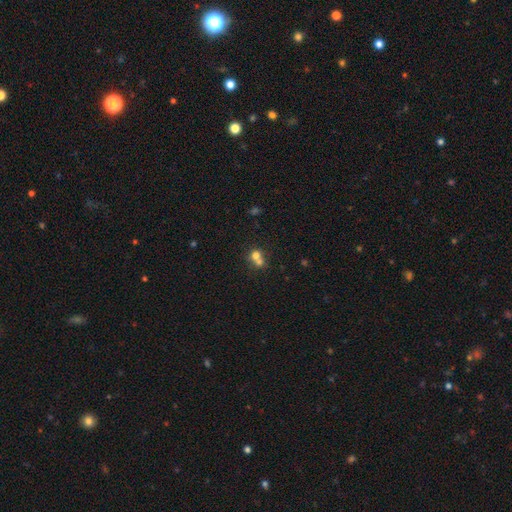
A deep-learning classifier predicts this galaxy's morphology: smooth 69%, featured or disk 16%, star or artifact 15%. Down the decision tree: how rounded — round (79%); merging — merger (61%).